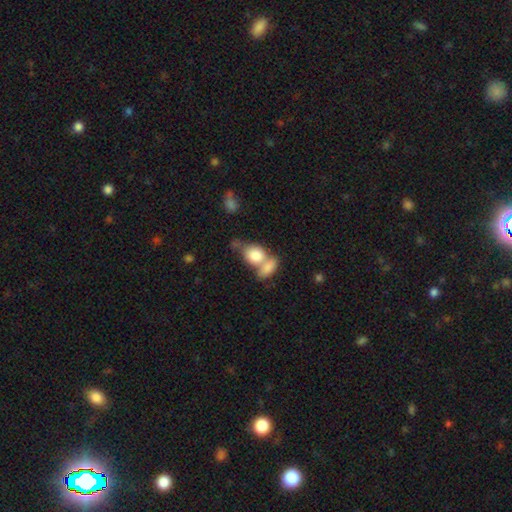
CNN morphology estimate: smooth_or_featured: smooth (p=0.81) [alt: featured or disk p=0.12]
how_rounded: in between (p=0.63) [alt: round p=0.34]
merging: merger (p=0.65) [alt: none p=0.22]